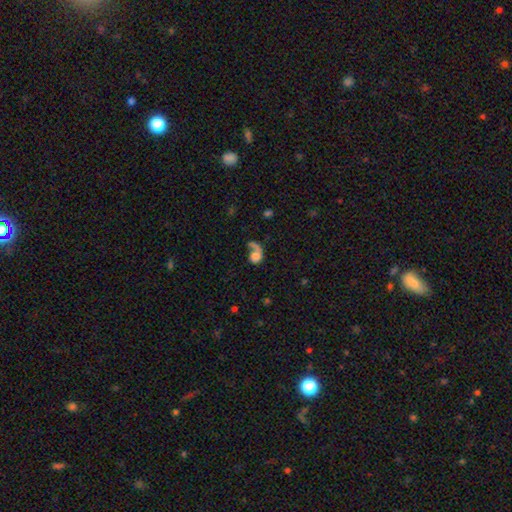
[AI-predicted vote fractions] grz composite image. It shows a smooth galaxy with no disk features (49%). Merging: major disturbance (35%).